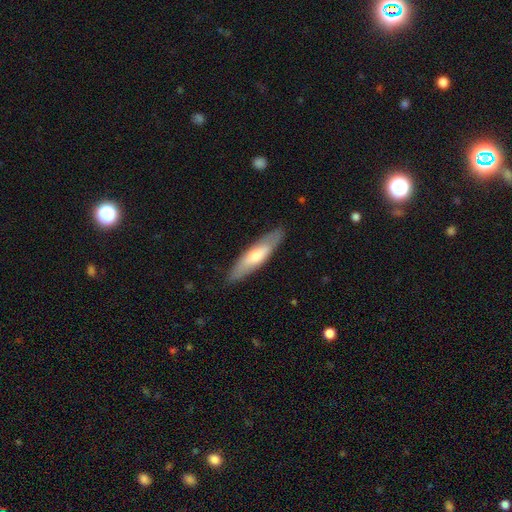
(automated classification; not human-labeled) A smooth galaxy with no disk features (54%) that is cigar-shaped (73%). Merging: none (86%).